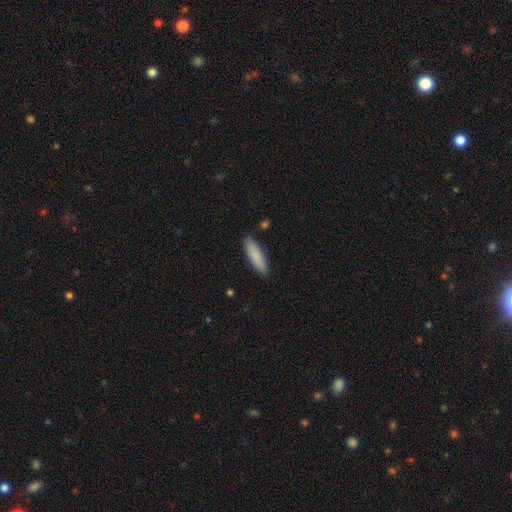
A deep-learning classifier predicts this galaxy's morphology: The model was most divided on "how rounded": cigar-shaped: 62%, in between: 37%, round: 1%. More confident: merging — none (88%); smooth or featured — smooth (86%).